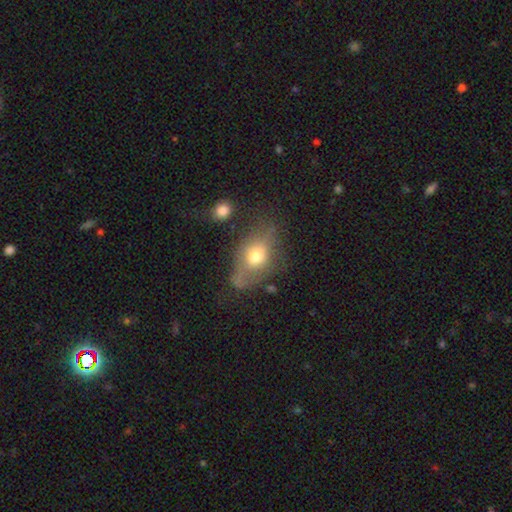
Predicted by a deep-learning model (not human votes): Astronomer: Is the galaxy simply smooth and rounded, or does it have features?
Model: smooth — 59%.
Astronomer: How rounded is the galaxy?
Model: in between — 80%.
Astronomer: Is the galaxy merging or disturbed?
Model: none — 43% (runner-up: minor disturbance, 28%).